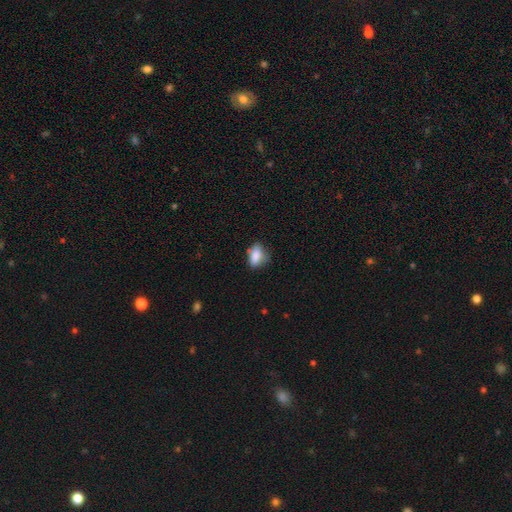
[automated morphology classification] smooth_or_featured: smooth (p=0.82) [alt: featured or disk p=0.10]
how_rounded: in between (p=0.81) [alt: round p=0.14]
merging: none (p=0.58) [alt: minor disturbance p=0.31]